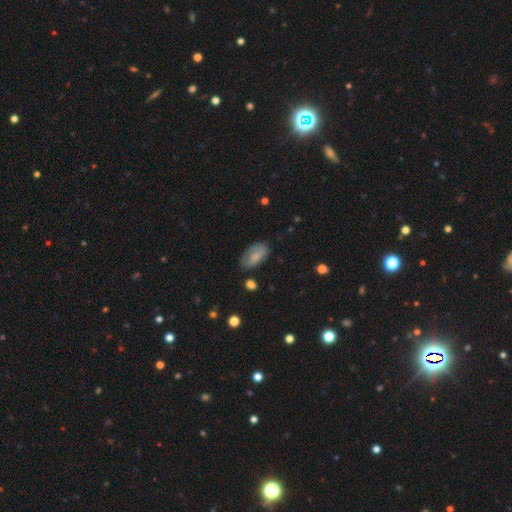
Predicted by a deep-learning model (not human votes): Overall: smooth (72%). How rounded: in between (93%). Merging: none (67%).